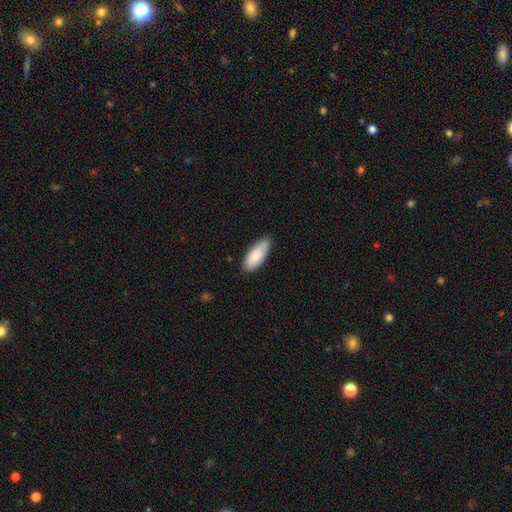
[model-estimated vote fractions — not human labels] Smooth or featured: smooth — 87% (featured or disk — 7%)
How rounded: in between — 79% (cigar-shaped — 19%)
Merging: none — 80% (minor disturbance — 17%)